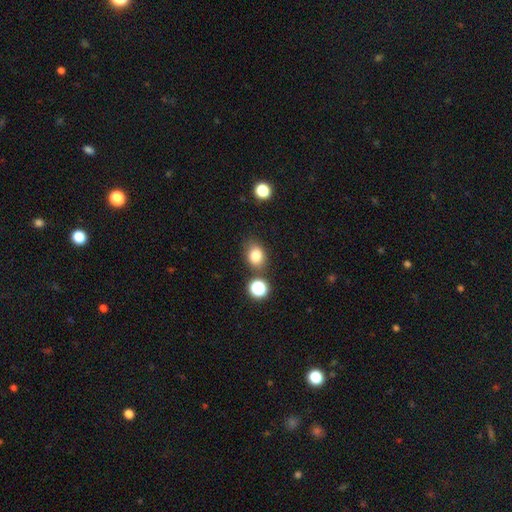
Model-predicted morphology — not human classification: The model was most divided on "how rounded": in between: 53%, round: 46%, cigar-shaped: 1%. More confident: smooth or featured — smooth (81%); merging — none (73%).